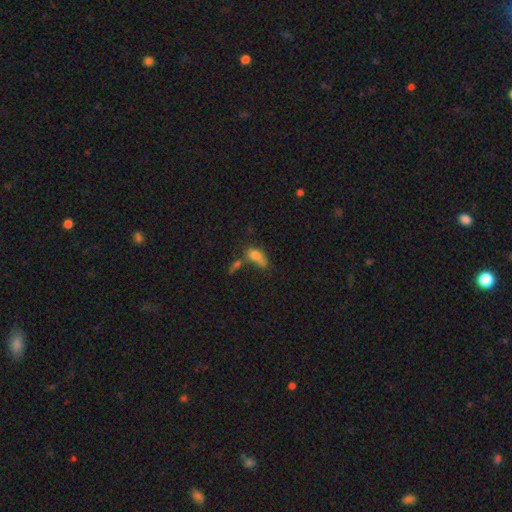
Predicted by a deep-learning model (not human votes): Smooth or featured? smooth (72%)
How rounded? in between (78%)
Merging? merger (37%)